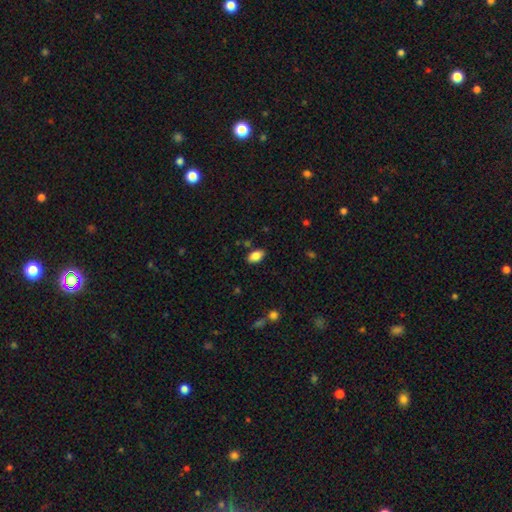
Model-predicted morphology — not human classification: smooth 86%, star or artifact 8%, featured or disk 5%. Down the decision tree: how rounded — in between (92%); merging — none (85%).